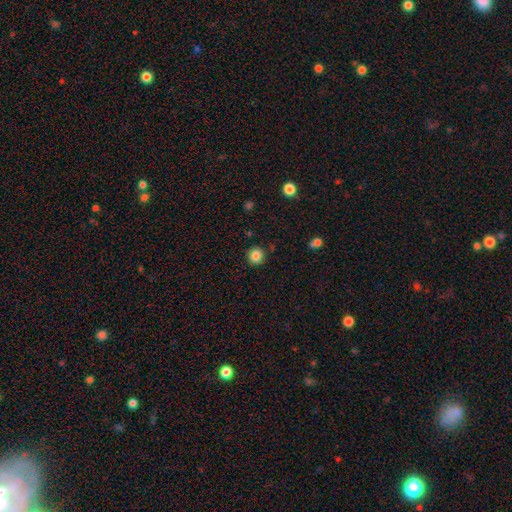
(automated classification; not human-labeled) smooth-or-featured: smooth: 85% | star or artifact: 11% | featured or disk: 5%
  how-rounded: round: 93% | in between: 6% | cigar-shaped: 1%
  merging: none: 90% | minor disturbance: 7% | major disturbance: 2% | merger: 2%